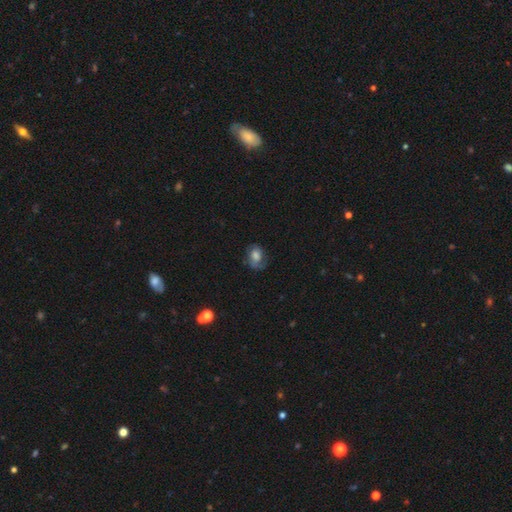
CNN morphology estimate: A smooth galaxy with no disk features (56%) that is in between round and cigar-shaped (66%).

Vote fractions:
- Smooth or featured? smooth: 56% / featured or disk: 34% / star or artifact: 10%
- How rounded? in between: 66% / round: 33% / cigar-shaped: 1%
- Merging? none: 57% / minor disturbance: 27% / major disturbance: 15% / merger: 2%